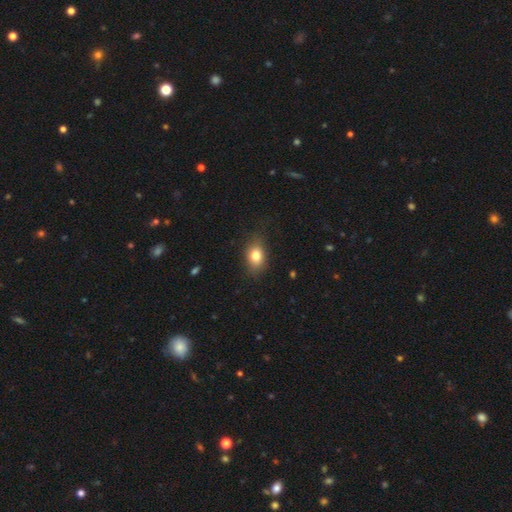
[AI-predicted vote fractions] Smooth or featured? Predicted: smooth (p=0.80). How rounded? Predicted: in between (p=0.73). Merging? Predicted: none (p=0.79).